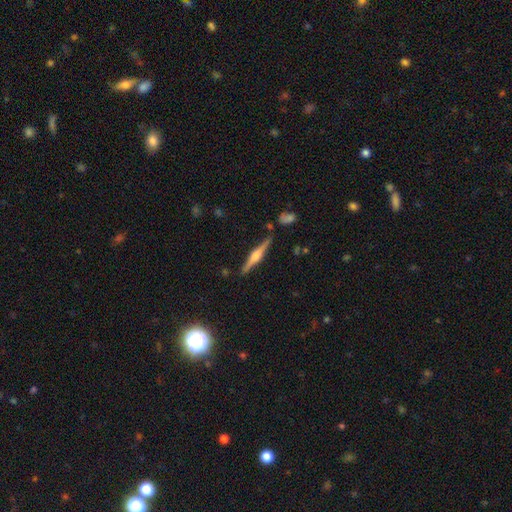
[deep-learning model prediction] Q: Smooth or featured?
A: featured or disk (73%); runner-up: smooth (21%)
Q: Edge-on disk?
A: yes (98%); runner-up: no (2%)
Q: Edge-on bulge?
A: rounded (88%); runner-up: boxy (9%)
Q: Merging?
A: none (86%); runner-up: minor disturbance (9%)